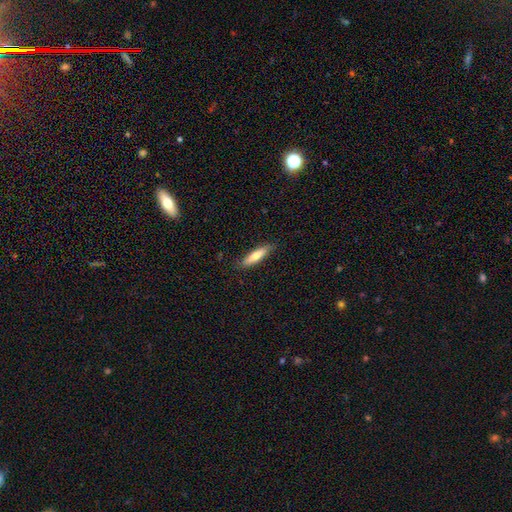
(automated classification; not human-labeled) smooth 70%, featured or disk 24%, star or artifact 6%. Down the decision tree: how rounded — cigar-shaped (74%); merging — none (84%).